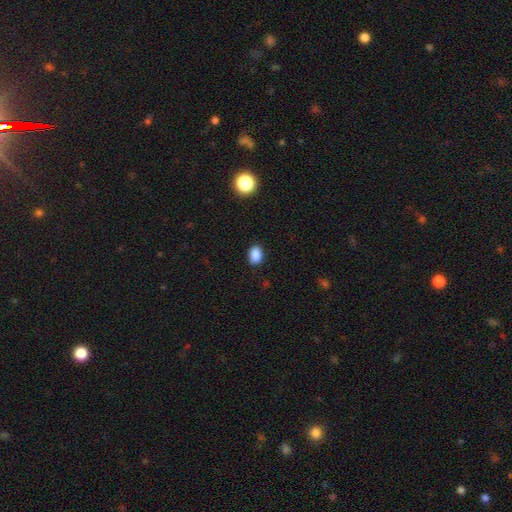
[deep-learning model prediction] This appears to be a smooth galaxy with no disk features (88%) that is in between round and cigar-shaped (74%). Merging: none (87%).